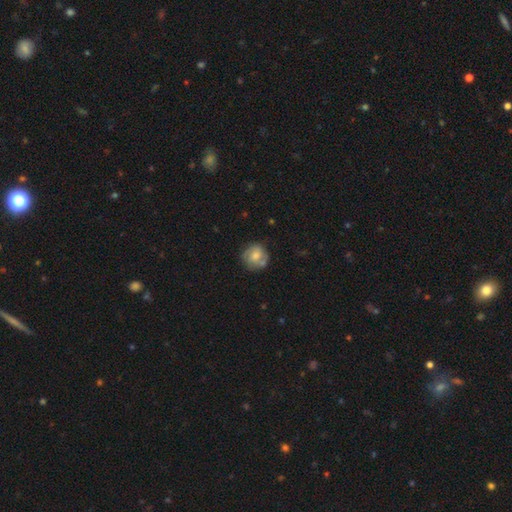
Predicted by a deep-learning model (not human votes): A smooth galaxy with no disk features (57%) that is round (86%). Merging: none (66%).